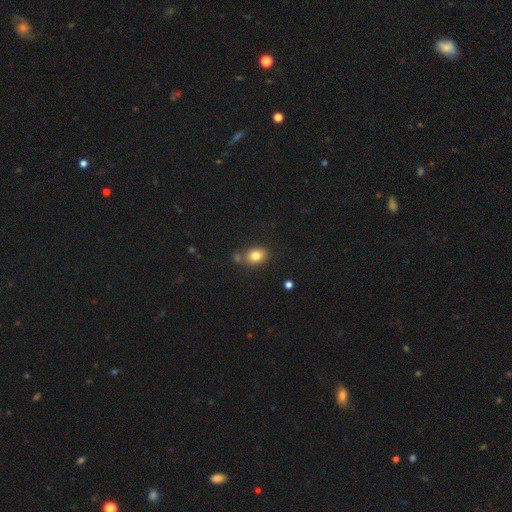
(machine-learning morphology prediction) Smooth or featured? smooth (81%)
How rounded? in between (65%)
Merging? none (65%)